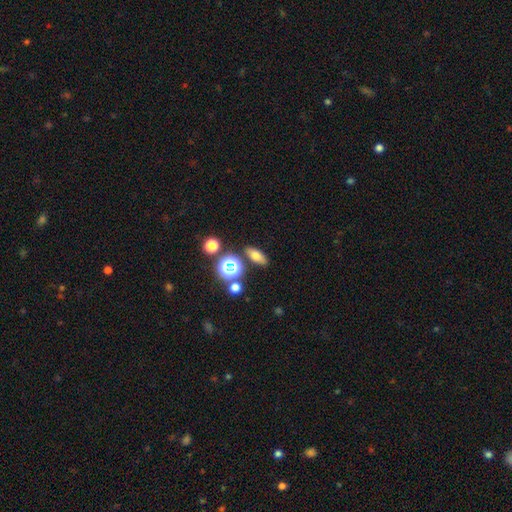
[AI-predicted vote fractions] A smooth galaxy with no disk features (62%) that is in between round and cigar-shaped (65%). Merging: none (82%).